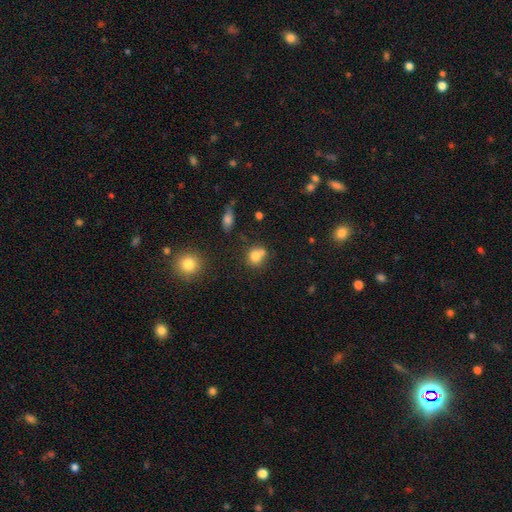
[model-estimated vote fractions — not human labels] Overall: smooth (77%). How rounded: round (74%). Merging: none (47%; merger 36%).